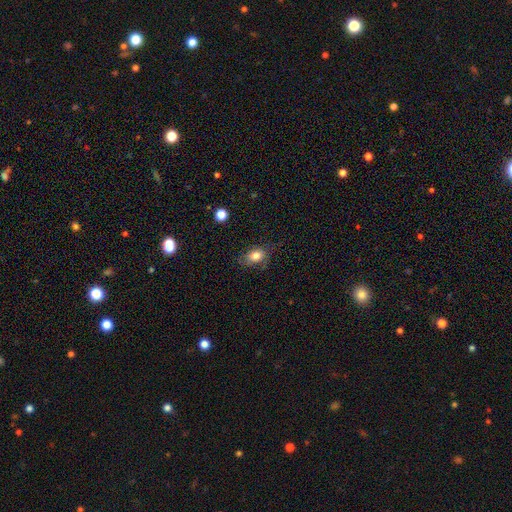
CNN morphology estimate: Smooth or featured?
  - smooth: 78% *
  - featured or disk: 13%
  - star or artifact: 9%
How rounded?
  - in between: 79% *
  - round: 19%
  - cigar-shaped: 2%
Merging?
  - none: 67% *
  - minor disturbance: 23%
  - major disturbance: 8%
  - merger: 1%